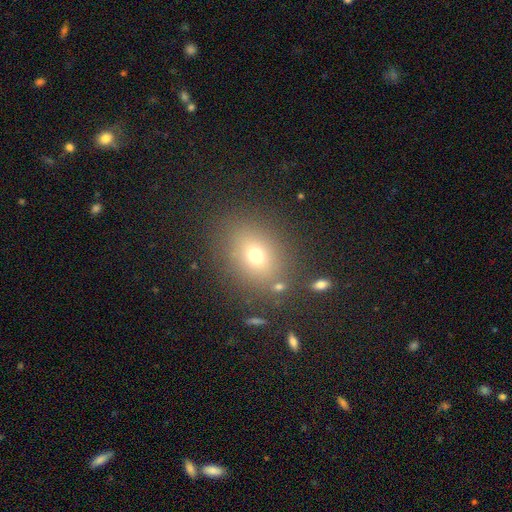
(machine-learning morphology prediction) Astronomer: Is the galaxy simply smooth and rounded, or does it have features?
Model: smooth — 68%.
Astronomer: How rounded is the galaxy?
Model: in between — 55% (runner-up: round, 43%).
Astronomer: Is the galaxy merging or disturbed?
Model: none — 81%.